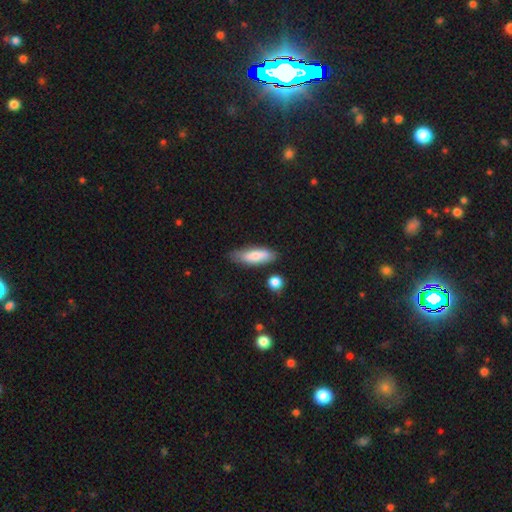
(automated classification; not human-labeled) Morphology: type=smooth (79%); roundness=in between (53%); merging=none (72%).